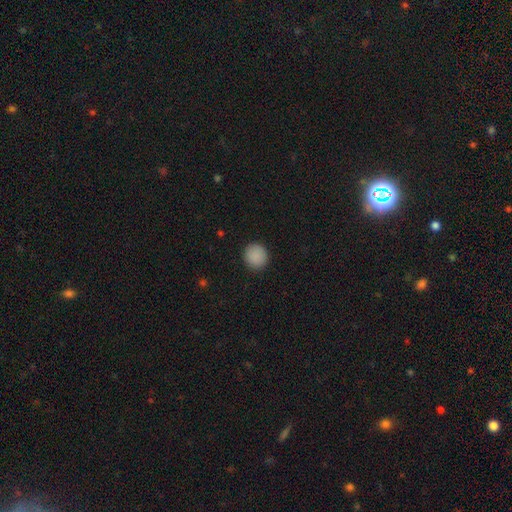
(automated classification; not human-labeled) smooth 89%, star or artifact 8%, featured or disk 3%. Down the decision tree: how rounded — round (93%); merging — none (92%).